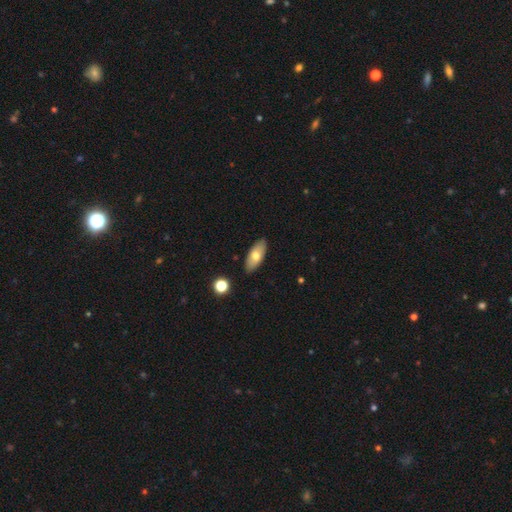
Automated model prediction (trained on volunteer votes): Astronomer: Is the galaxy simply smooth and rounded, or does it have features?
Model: smooth — 70%.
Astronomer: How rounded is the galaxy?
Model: in between — 85%.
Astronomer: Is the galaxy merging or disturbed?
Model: none — 88%.